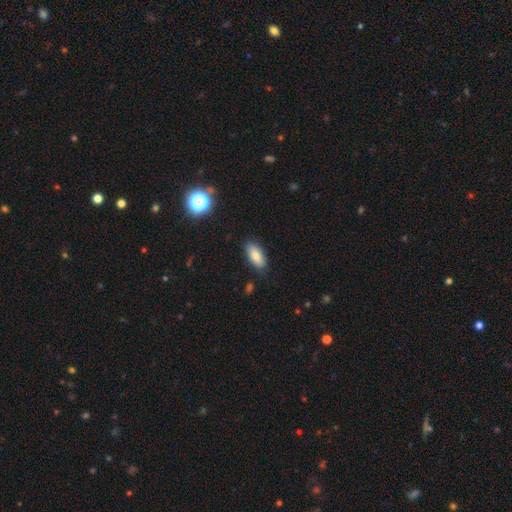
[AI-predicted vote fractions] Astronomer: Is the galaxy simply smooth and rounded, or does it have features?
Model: smooth — 79%.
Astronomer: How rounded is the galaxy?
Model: in between — 85%.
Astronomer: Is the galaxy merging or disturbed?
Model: none — 85%.